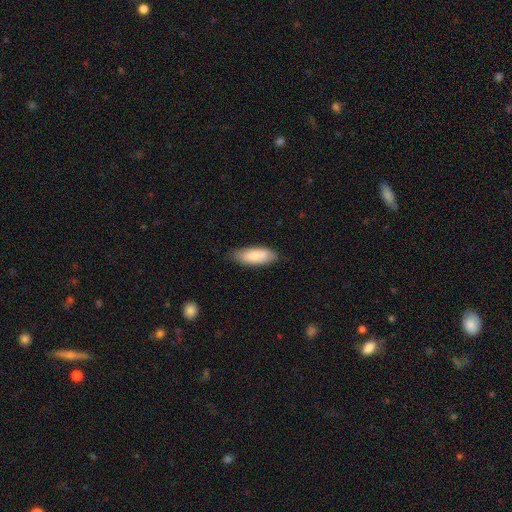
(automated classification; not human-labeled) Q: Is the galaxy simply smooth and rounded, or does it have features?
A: smooth — 83%.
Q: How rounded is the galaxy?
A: in between — 72%.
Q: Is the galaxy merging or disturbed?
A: none — 79%.